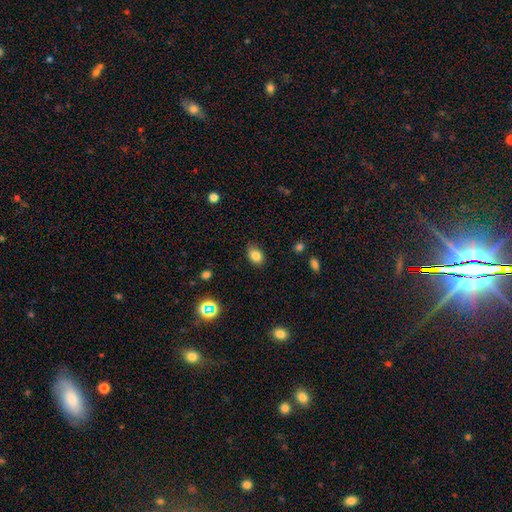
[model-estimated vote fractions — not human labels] smooth_or_featured: smooth (p=0.83) [alt: star or artifact p=0.11]
how_rounded: in between (p=0.76) [alt: round p=0.23]
merging: none (p=0.84) [alt: minor disturbance p=0.12]